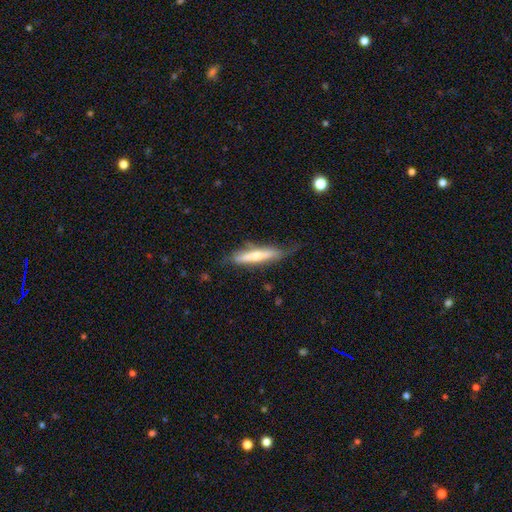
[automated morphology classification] The model was most divided on "smooth or featured": smooth: 51%, featured or disk: 44%, star or artifact: 5%. More confident: how rounded — cigar-shaped (85%); merging — none (63%).